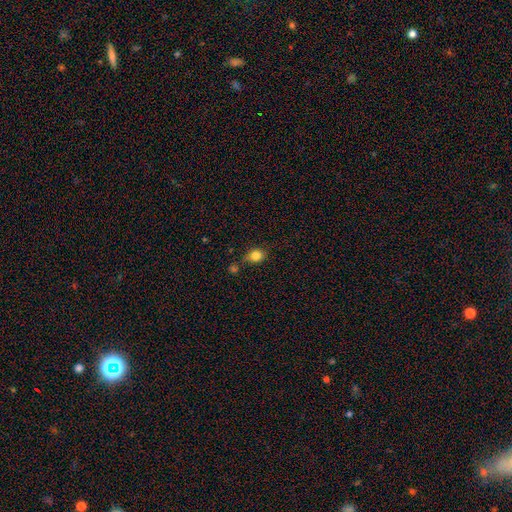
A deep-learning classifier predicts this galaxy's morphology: smooth 82%, star or artifact 11%, featured or disk 7%. Down the decision tree: how rounded — round (63%); merging — none (64%).